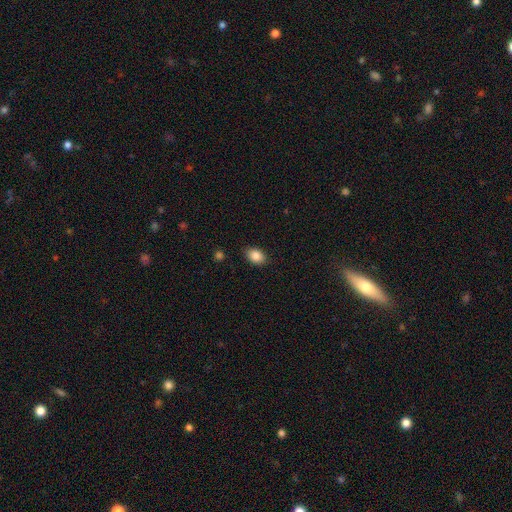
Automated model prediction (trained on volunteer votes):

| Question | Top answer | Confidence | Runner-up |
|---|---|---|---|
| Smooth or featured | smooth | 87% | star or artifact (8%) |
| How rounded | in between | 79% | round (20%) |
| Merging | none | 86% | minor disturbance (10%) |